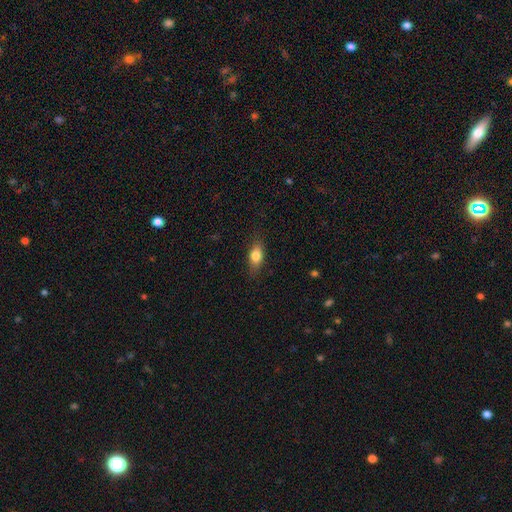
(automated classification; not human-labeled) The model was most divided on "smooth or featured": smooth: 79%, featured or disk: 14%, star or artifact: 8%. More confident: merging — none (82%); how rounded — in between (79%).